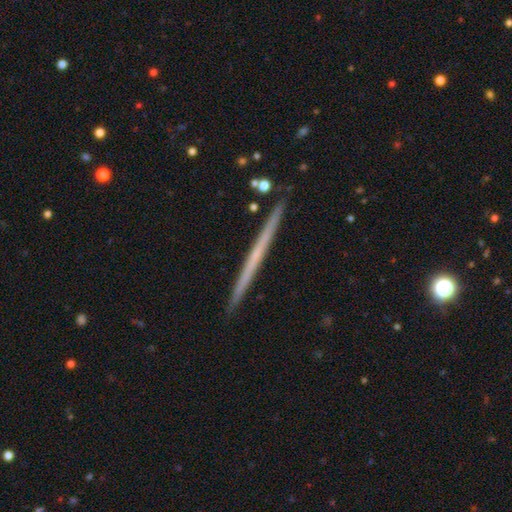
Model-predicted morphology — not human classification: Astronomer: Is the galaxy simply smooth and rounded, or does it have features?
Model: featured or disk — 60% (runner-up: smooth, 35%).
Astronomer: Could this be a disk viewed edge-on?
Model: yes — 98%.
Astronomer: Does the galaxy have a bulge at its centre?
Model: none — 91%.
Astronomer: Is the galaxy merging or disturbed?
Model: none — 92%.